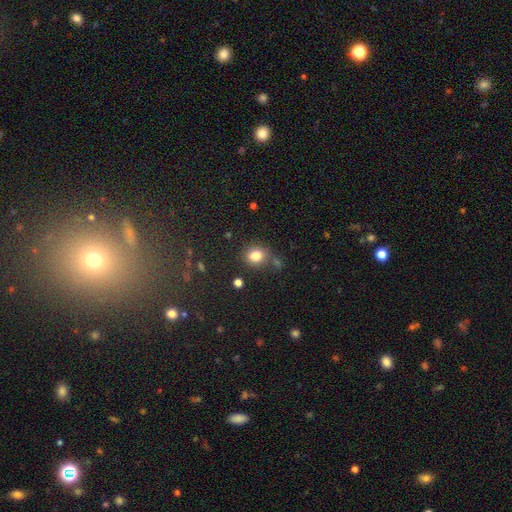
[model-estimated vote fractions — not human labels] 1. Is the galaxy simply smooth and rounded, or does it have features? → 80% smooth, 13% star or artifact, 7% featured or disk.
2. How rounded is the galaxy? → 76% round, 23% in between, 1% cigar-shaped.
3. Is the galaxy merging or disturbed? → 71% none, 14% minor disturbance, 9% merger, 5% major disturbance.